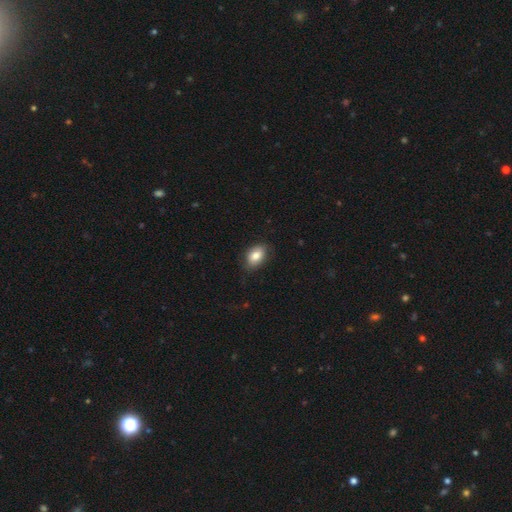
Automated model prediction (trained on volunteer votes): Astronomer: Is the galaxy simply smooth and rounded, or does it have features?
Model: smooth — 83%.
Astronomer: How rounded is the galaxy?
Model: in between — 84%.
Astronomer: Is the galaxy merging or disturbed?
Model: none — 79%.